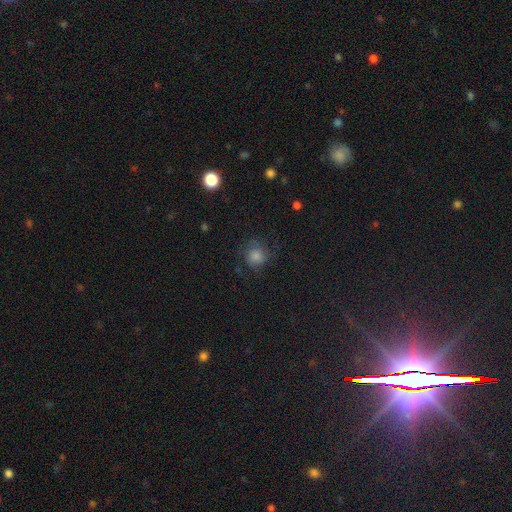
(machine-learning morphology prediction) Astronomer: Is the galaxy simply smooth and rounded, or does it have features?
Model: smooth — 67%.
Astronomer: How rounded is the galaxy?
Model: round — 88%.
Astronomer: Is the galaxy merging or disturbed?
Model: none — 72%.